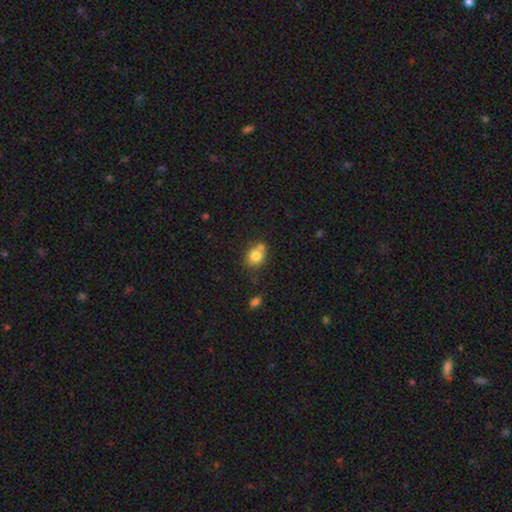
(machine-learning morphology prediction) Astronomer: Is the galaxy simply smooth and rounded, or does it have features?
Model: smooth — 79%.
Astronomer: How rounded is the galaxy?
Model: round — 71%.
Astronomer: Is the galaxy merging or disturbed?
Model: none — 56%.